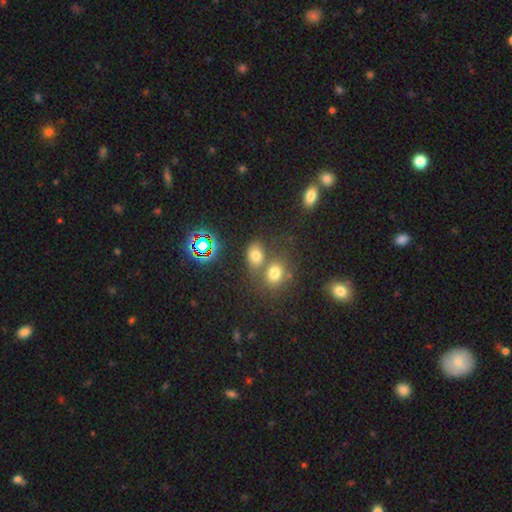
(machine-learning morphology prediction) Smooth or featured: smooth — 66% (star or artifact — 24%)
How rounded: in between — 61% (round — 37%)
Merging: none — 53% (merger — 33%)